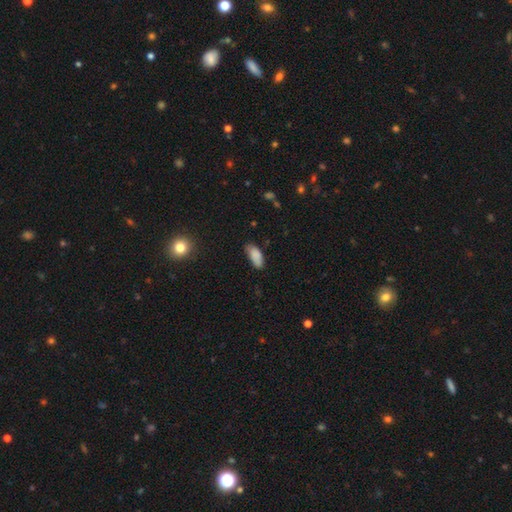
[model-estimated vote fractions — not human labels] Overall: smooth (85%). How rounded: in between (88%). Merging: none (66%; minor disturbance 27%).